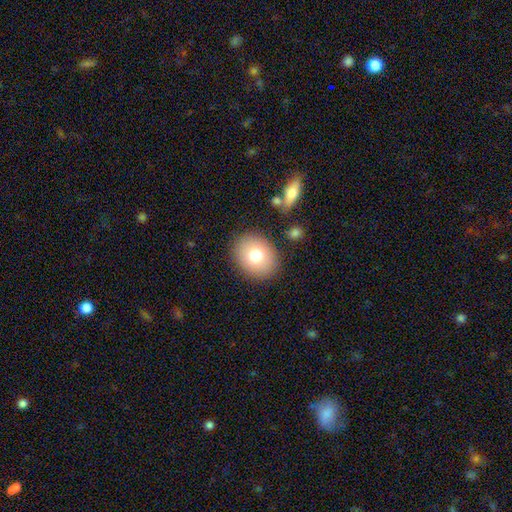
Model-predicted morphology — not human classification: This is likely a smooth galaxy (77%). How rounded: possibly round (53%). Merging: clearly none (85%).